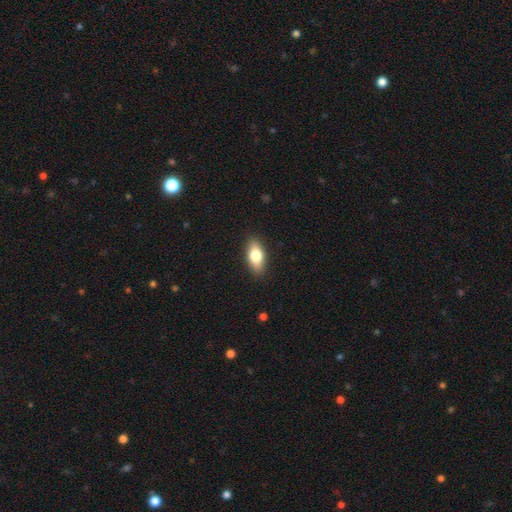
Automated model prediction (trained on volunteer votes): A smooth galaxy with no disk features (78%) that is in between round and cigar-shaped (86%). Merging: none (88%).